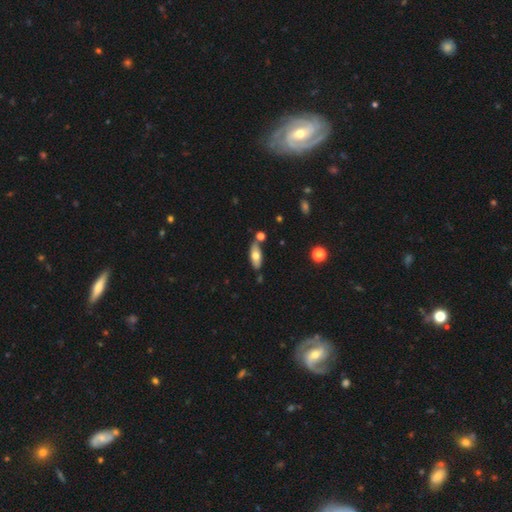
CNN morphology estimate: Smooth or featured? Predicted: smooth (p=0.64). How rounded? Predicted: in between (p=0.77). Merging? Predicted: none (p=0.73).